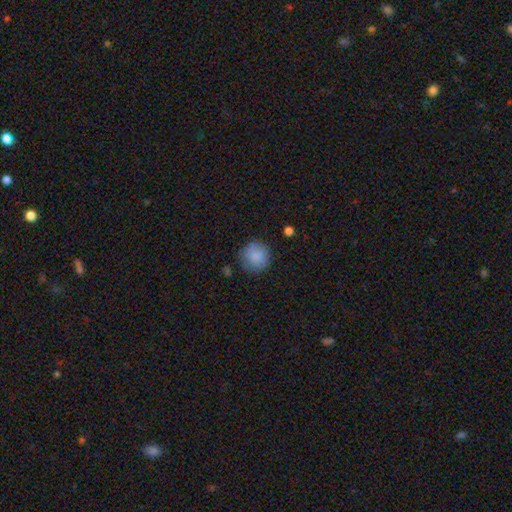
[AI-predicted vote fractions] This appears to be a smooth galaxy with no disk features (85%) that is round (93%). Merging: none (81%).